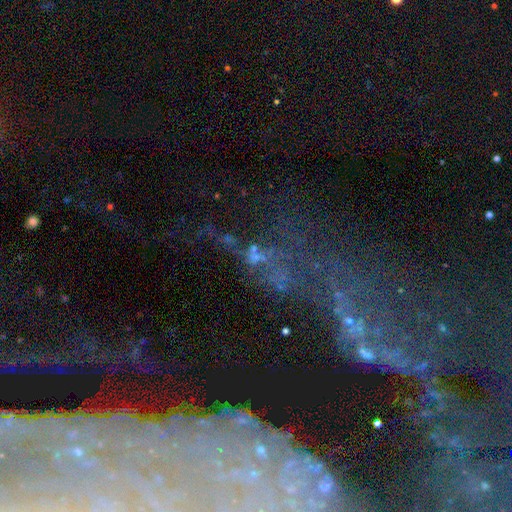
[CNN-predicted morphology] smooth-or-featured: star or artifact: 40% | featured or disk: 38% | smooth: 22%